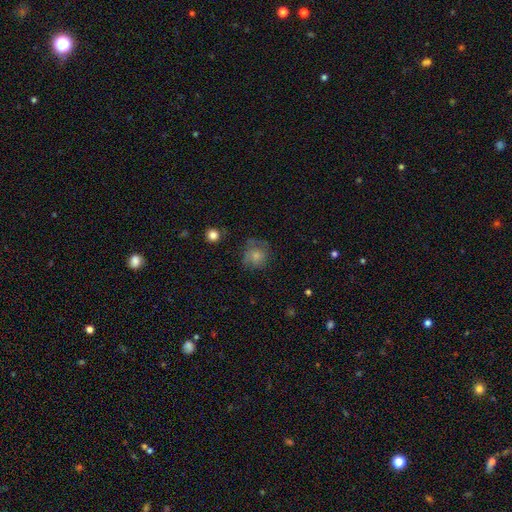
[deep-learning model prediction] A smooth galaxy with no disk features (67%) that is round (81%).

Vote fractions:
- Smooth or featured? smooth: 67% / featured or disk: 23% / star or artifact: 10%
- How rounded? round: 81% / in between: 18% / cigar-shaped: 1%
- Merging? none: 57% / minor disturbance: 25% / major disturbance: 16% / merger: 2%